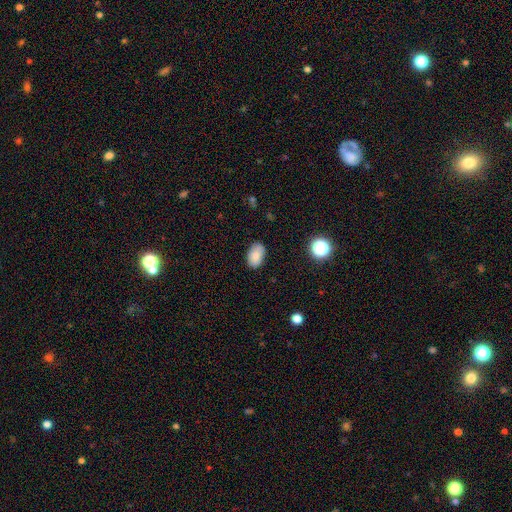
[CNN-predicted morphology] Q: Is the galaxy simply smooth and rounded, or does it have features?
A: smooth — 84%.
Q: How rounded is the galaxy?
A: in between — 91%.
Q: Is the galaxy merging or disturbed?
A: none — 84%.